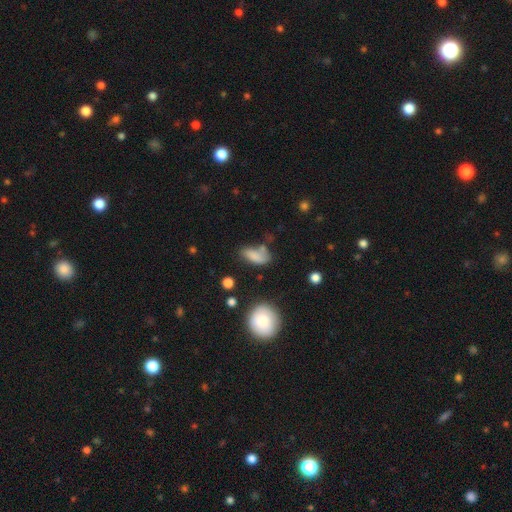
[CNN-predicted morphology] A smooth galaxy with no disk features (79%) that is in between round and cigar-shaped (85%).

Vote fractions:
- Smooth or featured? smooth: 79% / featured or disk: 11% / star or artifact: 10%
- How rounded? in between: 85% / cigar-shaped: 11% / round: 5%
- Merging? none: 46% / minor disturbance: 28% / merger: 13% / major disturbance: 13%